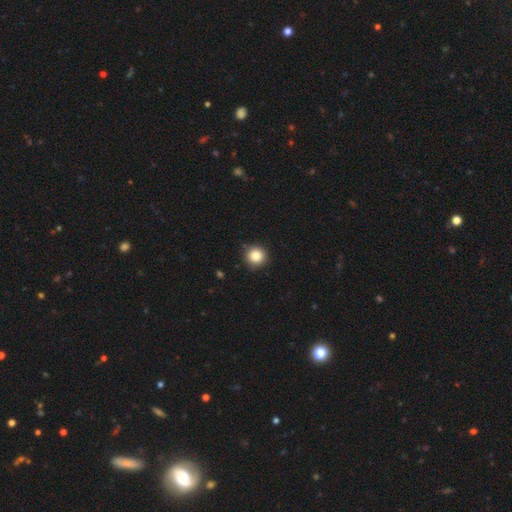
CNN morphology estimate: Smooth or featured?
  - smooth: 85% *
  - star or artifact: 10%
  - featured or disk: 5%
How rounded?
  - round: 94% *
  - in between: 5%
  - cigar-shaped: 1%
Merging?
  - none: 88% *
  - minor disturbance: 9%
  - major disturbance: 2%
  - merger: 1%